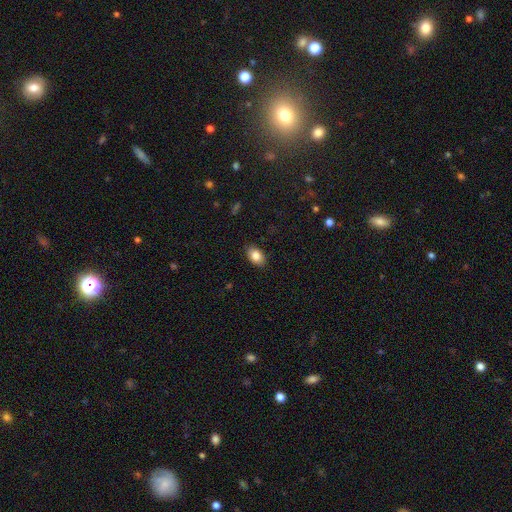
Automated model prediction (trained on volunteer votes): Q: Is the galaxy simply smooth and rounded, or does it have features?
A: smooth — 84%.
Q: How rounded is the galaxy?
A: in between — 86%.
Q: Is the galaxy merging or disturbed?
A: none — 86%.